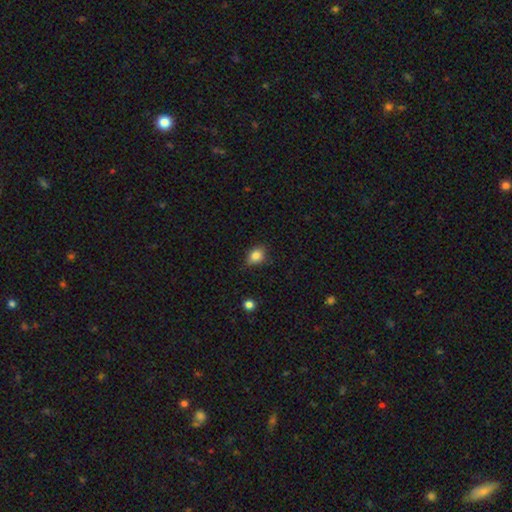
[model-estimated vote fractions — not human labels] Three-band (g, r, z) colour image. It shows a smooth galaxy with no disk features (83%) that is in between round and cigar-shaped (60%). Merging: none (74%).